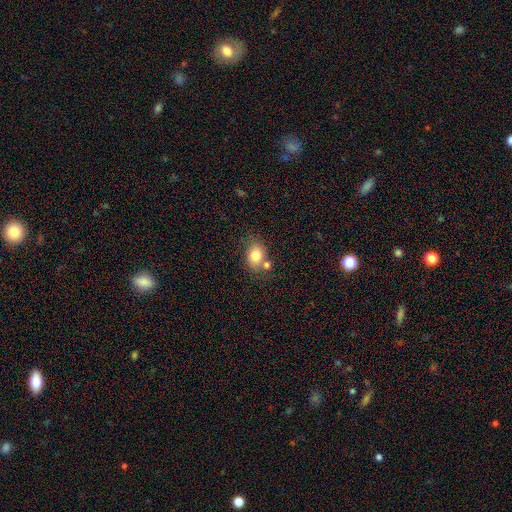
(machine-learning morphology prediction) smooth 80%, featured or disk 11%, star or artifact 9%. Down the decision tree: how rounded — in between (62%); merging — none (56%).